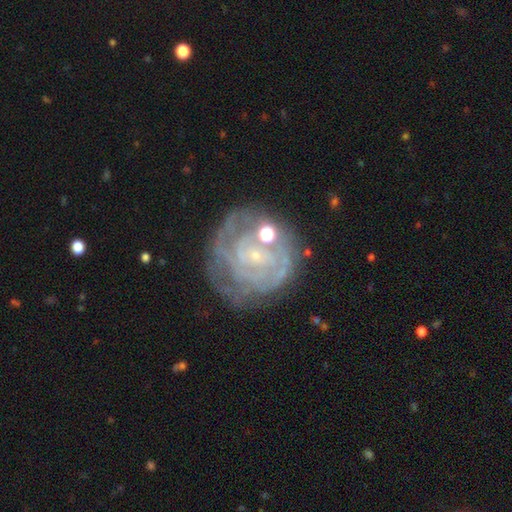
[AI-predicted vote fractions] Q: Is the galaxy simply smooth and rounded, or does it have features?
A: featured or disk — 79%.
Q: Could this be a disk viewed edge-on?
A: no — 98%.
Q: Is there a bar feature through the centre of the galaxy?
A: no — 66%.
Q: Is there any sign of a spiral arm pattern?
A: yes — 85%.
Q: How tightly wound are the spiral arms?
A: tight — 71%.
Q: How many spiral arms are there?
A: can't tell — 43%.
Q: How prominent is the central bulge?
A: small — 77%.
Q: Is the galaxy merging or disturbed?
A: none — 62%.